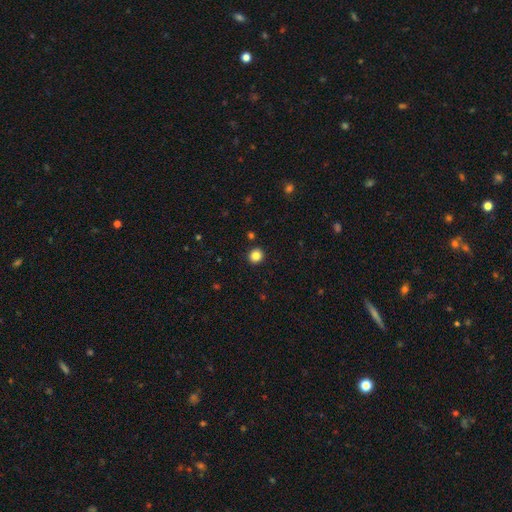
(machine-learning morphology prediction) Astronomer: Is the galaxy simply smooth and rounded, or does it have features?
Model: smooth — 85%.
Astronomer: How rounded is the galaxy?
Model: round — 90%.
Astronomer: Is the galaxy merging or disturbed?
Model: none — 92%.